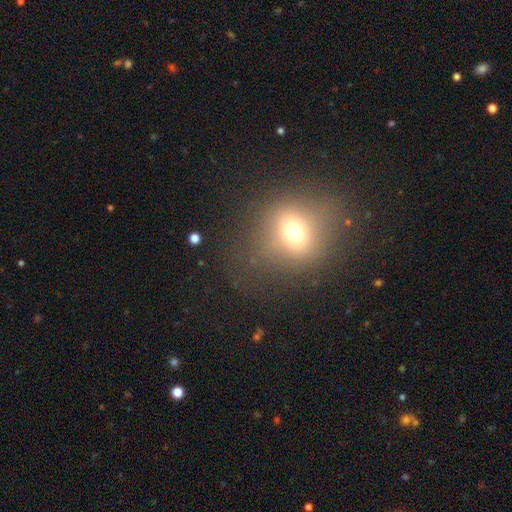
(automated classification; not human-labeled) smooth 55%, star or artifact 23%, featured or disk 22%. Down the decision tree: how rounded — round (64%); merging — none (78%).